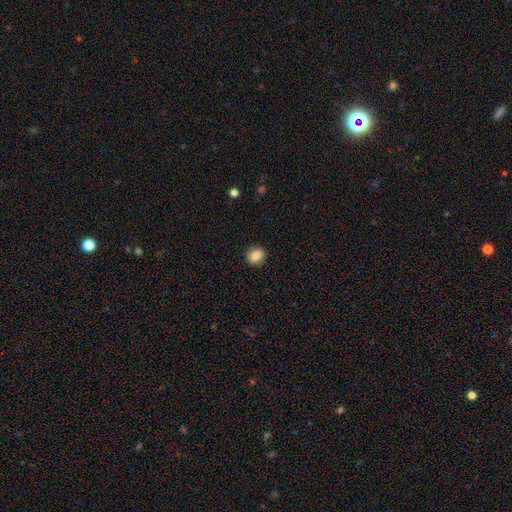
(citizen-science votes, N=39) smooth 92%, star or artifact 5%, featured or disk 3%. Down the decision tree: how rounded — round (67%); merging — none (97%).